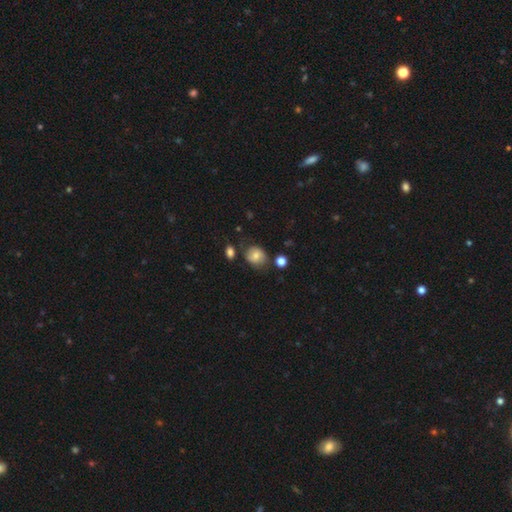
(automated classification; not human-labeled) Smooth or featured? smooth (70%)
How rounded? round (63%)
Merging? none (67%)